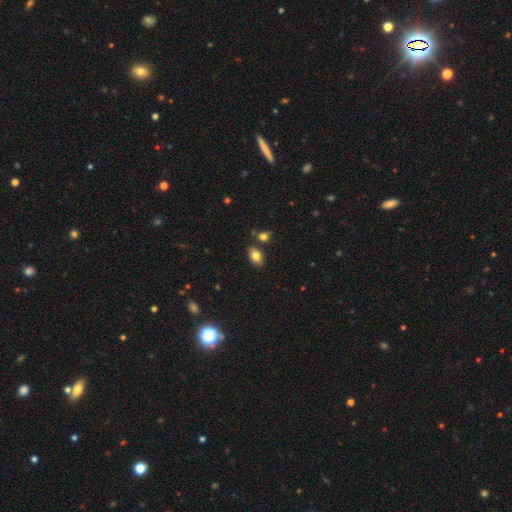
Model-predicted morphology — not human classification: This appears to be a smooth galaxy with no disk features (80%) that is in between round and cigar-shaped (88%). Merging: none (80%).